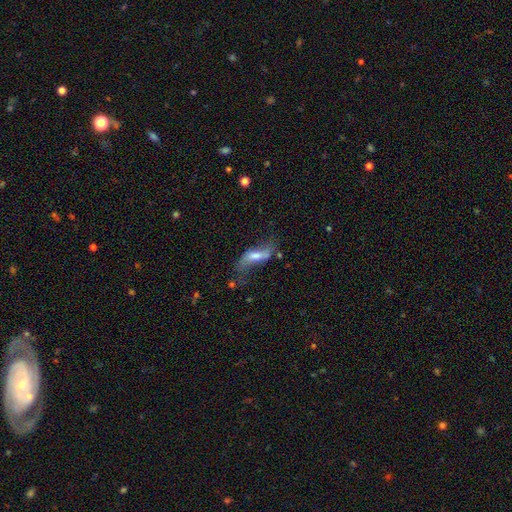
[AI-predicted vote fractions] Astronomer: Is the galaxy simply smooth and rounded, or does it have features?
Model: featured or disk — 56% (runner-up: smooth, 36%).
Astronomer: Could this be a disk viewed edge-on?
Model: no — 78%.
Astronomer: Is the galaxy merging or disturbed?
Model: none — 43% (runner-up: minor disturbance, 25%).